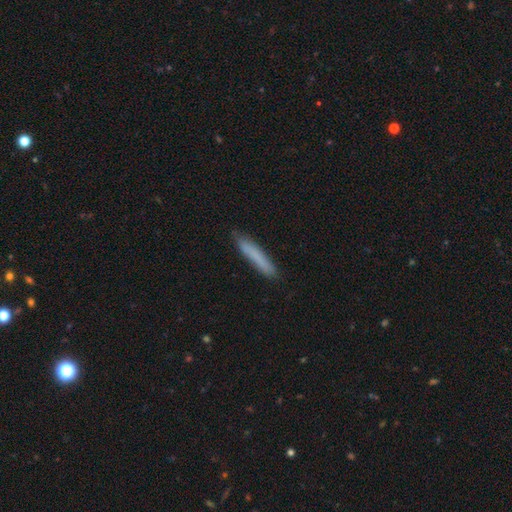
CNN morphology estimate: Smooth or featured? smooth (78%)
How rounded? cigar-shaped (94%)
Merging? none (86%)